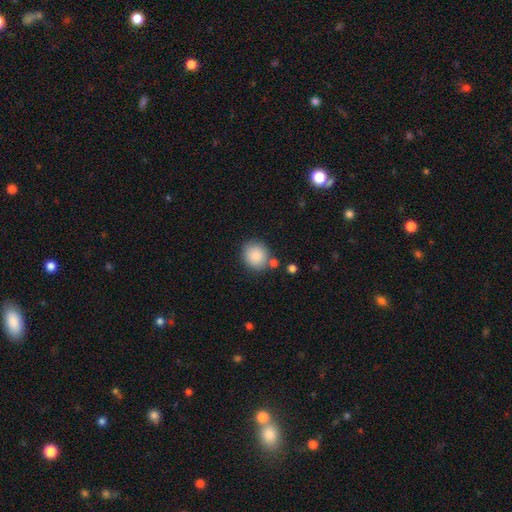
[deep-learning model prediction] Smooth or featured? Predicted: smooth (p=0.86). How rounded? Predicted: round (p=0.85). Merging? Predicted: none (p=0.78).